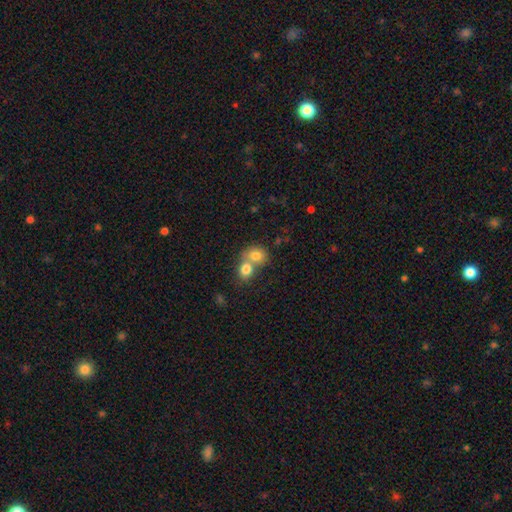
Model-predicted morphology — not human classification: A smooth galaxy with no disk features (78%) that is round (64%).

Vote fractions:
- Smooth or featured? smooth: 78% / featured or disk: 12% / star or artifact: 10%
- How rounded? round: 64% / in between: 35% / cigar-shaped: 1%
- Merging? merger: 64% / none: 28% / minor disturbance: 6% / major disturbance: 3%